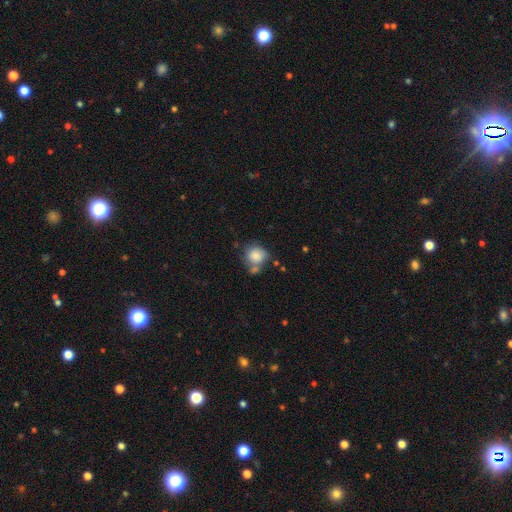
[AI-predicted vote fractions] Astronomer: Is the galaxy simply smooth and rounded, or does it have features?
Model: smooth — 80%.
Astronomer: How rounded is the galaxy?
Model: round — 80%.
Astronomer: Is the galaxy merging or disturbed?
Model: none — 50%.